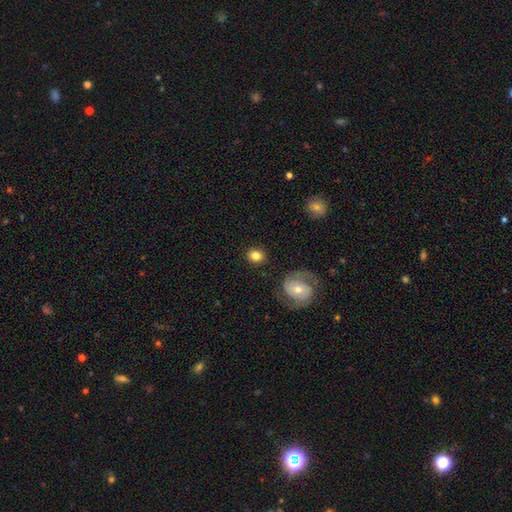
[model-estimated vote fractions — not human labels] This is likely a smooth galaxy (79%). How rounded: likely round (74%). Merging: clearly none (87%).